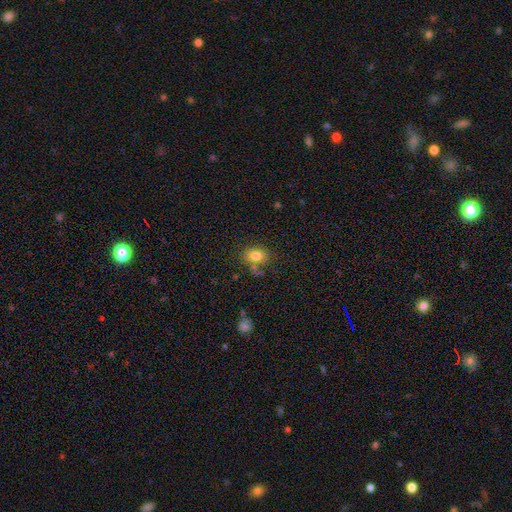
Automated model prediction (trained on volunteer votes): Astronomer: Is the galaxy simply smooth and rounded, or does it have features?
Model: smooth — 80%.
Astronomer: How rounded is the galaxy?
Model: in between — 57% (runner-up: round, 42%).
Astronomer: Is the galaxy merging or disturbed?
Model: none — 71%.